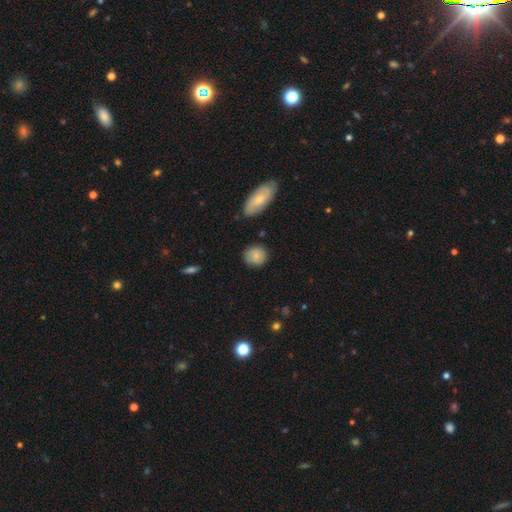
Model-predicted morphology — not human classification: smooth_or_featured: smooth (p=0.80) [alt: featured or disk p=0.12]
how_rounded: round (p=0.73) [alt: in between p=0.26]
merging: none (p=0.81) [alt: minor disturbance p=0.14]